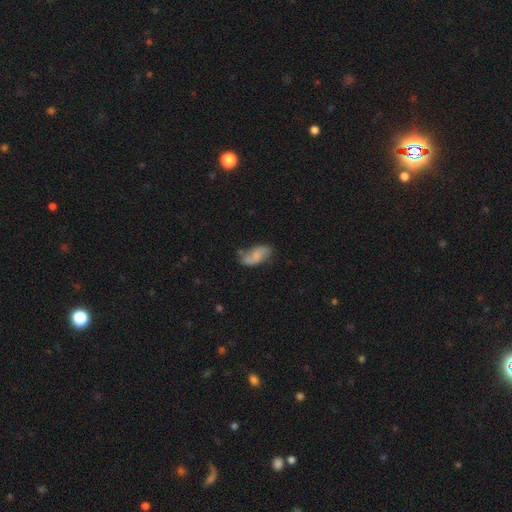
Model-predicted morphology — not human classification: This is possibly a smooth galaxy (49%). Merging: possibly none (60%).